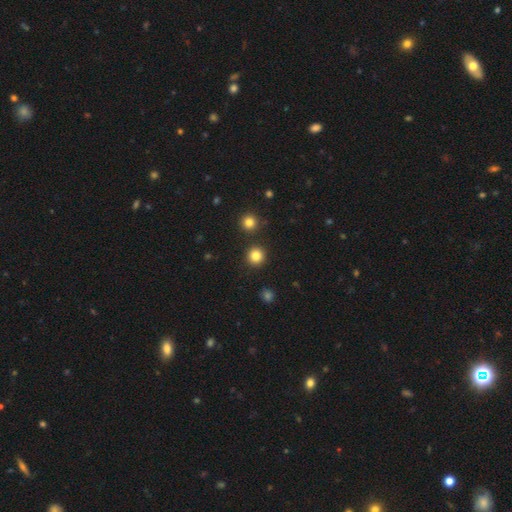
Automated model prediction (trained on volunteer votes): Smooth or featured?
  - smooth: 84% *
  - star or artifact: 12%
  - featured or disk: 4%
How rounded?
  - round: 95% *
  - in between: 4%
  - cigar-shaped: 1%
Merging?
  - none: 91% *
  - minor disturbance: 4%
  - merger: 2%
  - major disturbance: 2%